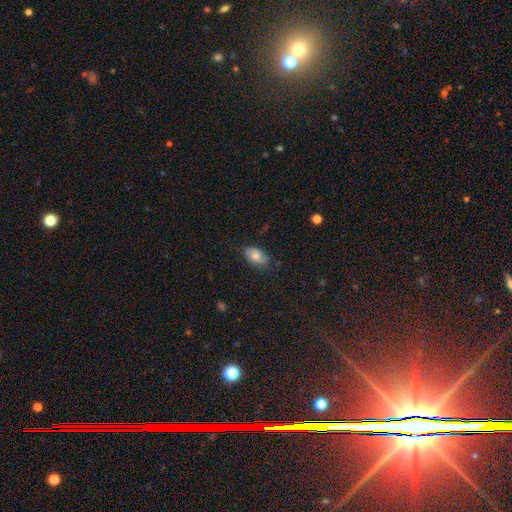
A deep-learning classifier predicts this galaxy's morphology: smooth_or_featured: smooth (p=0.72) [alt: featured or disk p=0.20]
how_rounded: in between (p=0.91) [alt: round p=0.07]
merging: none (p=0.74) [alt: minor disturbance p=0.21]